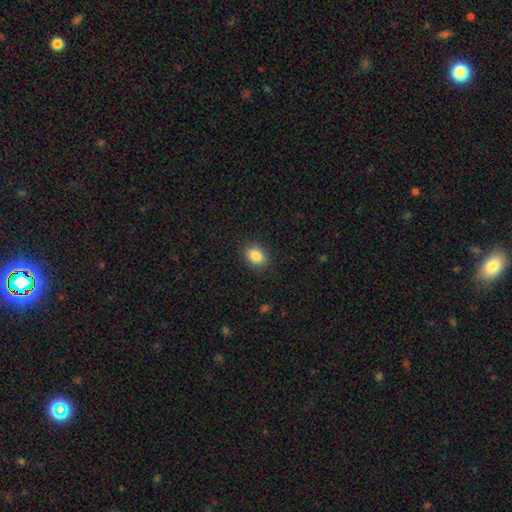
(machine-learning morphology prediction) type=smooth (85%); roundness=in between (65%); merging=none (88%).